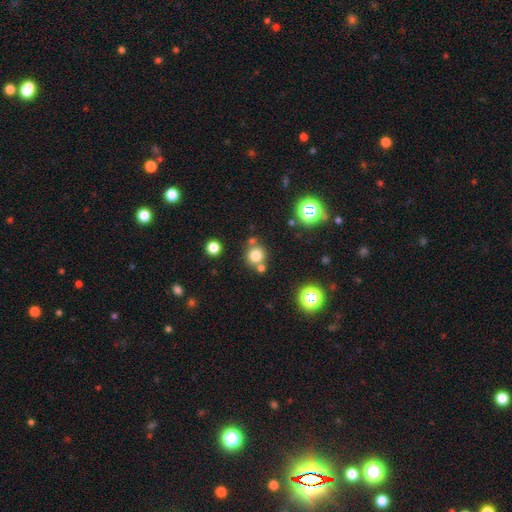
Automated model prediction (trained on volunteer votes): smooth 77%, star or artifact 16%, featured or disk 8%. Down the decision tree: how rounded — round (90%); merging — none (70%).